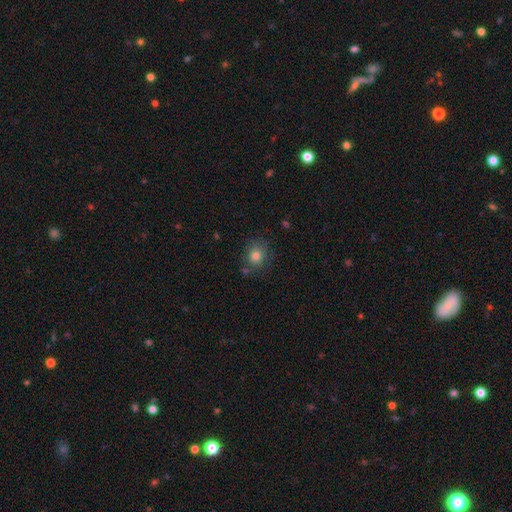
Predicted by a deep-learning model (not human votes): Smooth or featured: smooth — 79% (star or artifact — 11%)
How rounded: round — 78% (in between — 21%)
Merging: none — 76% (minor disturbance — 15%)